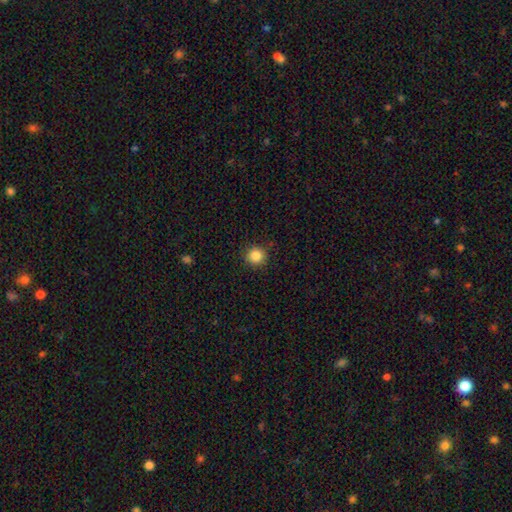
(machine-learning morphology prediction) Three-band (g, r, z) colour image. It shows a smooth galaxy with no disk features (85%) that is round (93%). Merging: none (90%).